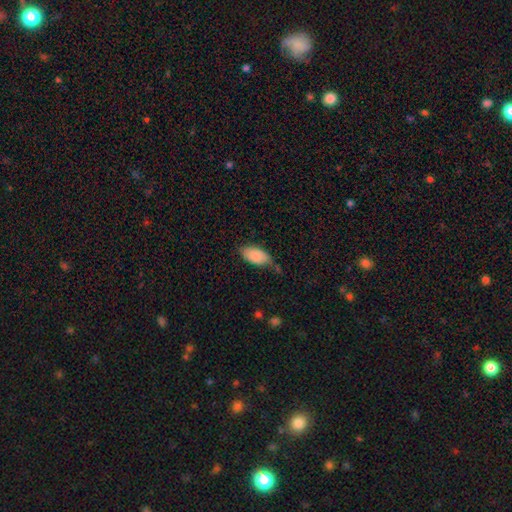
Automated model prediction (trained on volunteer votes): Overall: smooth (85%). How rounded: in between (94%). Merging: none (52%; minor disturbance 34%).